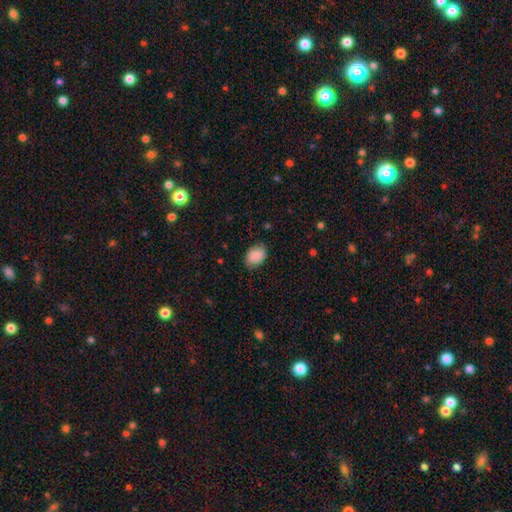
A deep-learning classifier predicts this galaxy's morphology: The model was most divided on "how rounded": in between: 79%, round: 19%, cigar-shaped: 1%. More confident: smooth or featured — smooth (88%); merging — none (81%).